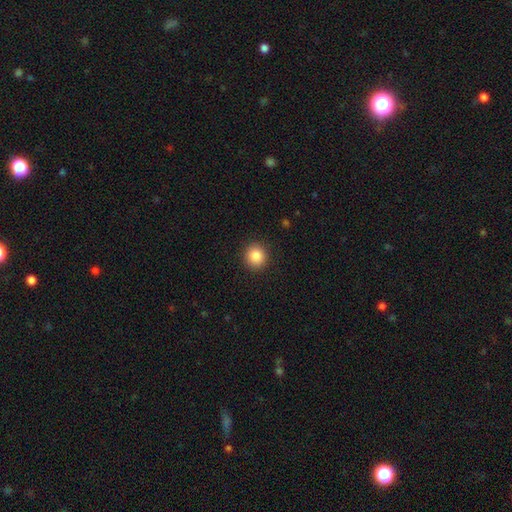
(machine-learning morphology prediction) Smooth or featured: smooth — 87% (star or artifact — 9%)
How rounded: round — 89% (in between — 10%)
Merging: none — 91% (minor disturbance — 6%)